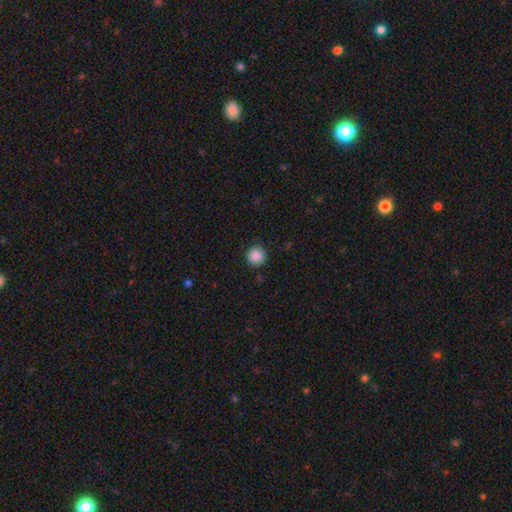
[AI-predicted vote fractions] The model was most divided on "smooth or featured": smooth: 88%, star or artifact: 9%, featured or disk: 3%. More confident: how rounded — round (94%); merging — none (89%).